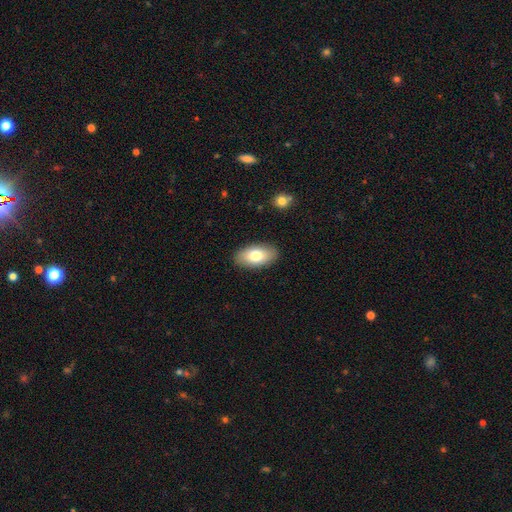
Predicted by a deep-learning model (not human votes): Smooth or featured?
  - smooth: 77% *
  - featured or disk: 17%
  - star or artifact: 6%
How rounded?
  - in between: 93% *
  - round: 4%
  - cigar-shaped: 3%
Merging?
  - none: 88% *
  - minor disturbance: 9%
  - major disturbance: 2%
  - merger: 1%